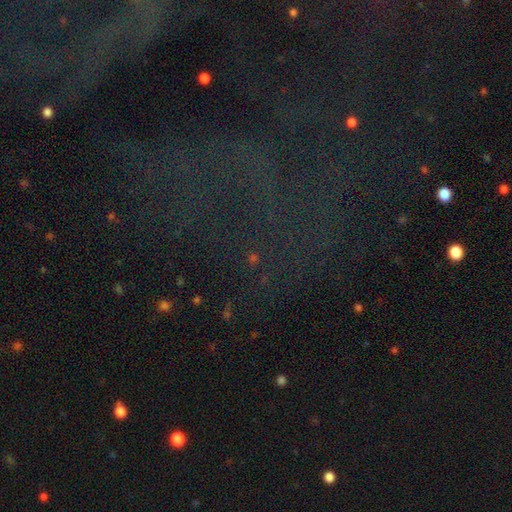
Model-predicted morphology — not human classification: Overall: star or artifact (66%).